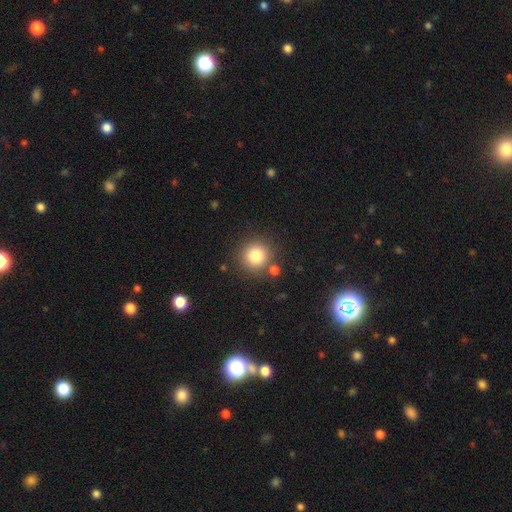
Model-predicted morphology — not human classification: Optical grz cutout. It shows a smooth galaxy with no disk features (82%) that is round (93%). Merging: none (81%).